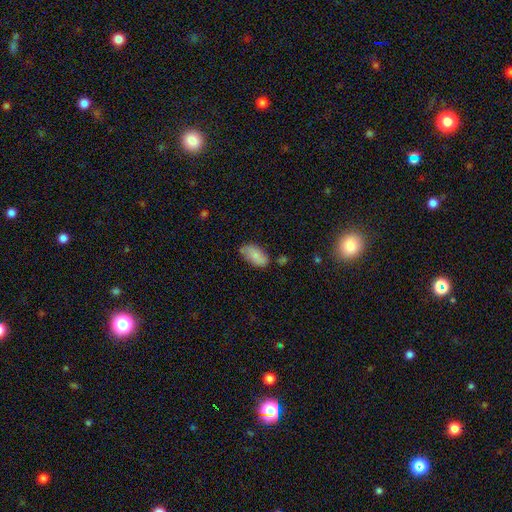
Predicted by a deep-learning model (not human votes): Smooth or featured? smooth (77%)
How rounded? in between (93%)
Merging? none (67%)